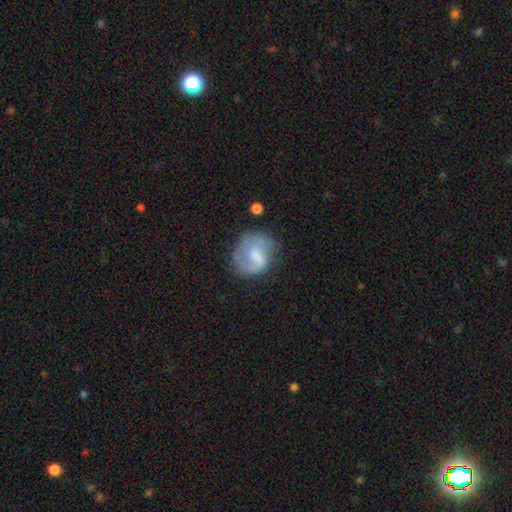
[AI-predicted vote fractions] Smooth or featured? featured or disk (63%)
Edge-on disk? no (98%)
Bar? weak (53%)
Spiral arms? yes (84%)
Spiral winding? medium (44%)
Spiral arm count? 2 (55%)
Bulge size? none (37%)
Merging? none (58%)